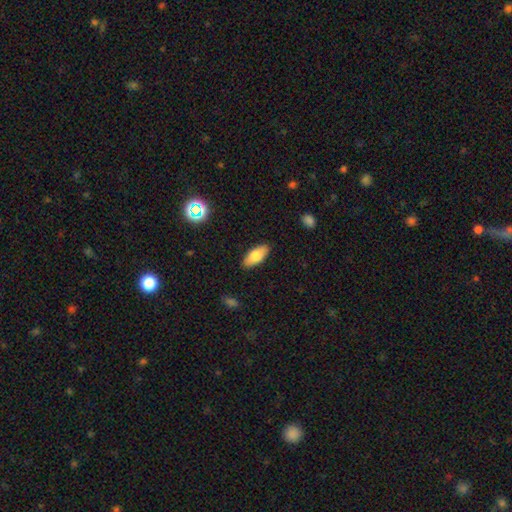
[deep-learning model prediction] Smooth or featured? Predicted: smooth (p=0.77). How rounded? Predicted: in between (p=0.85). Merging? Predicted: none (p=0.87).